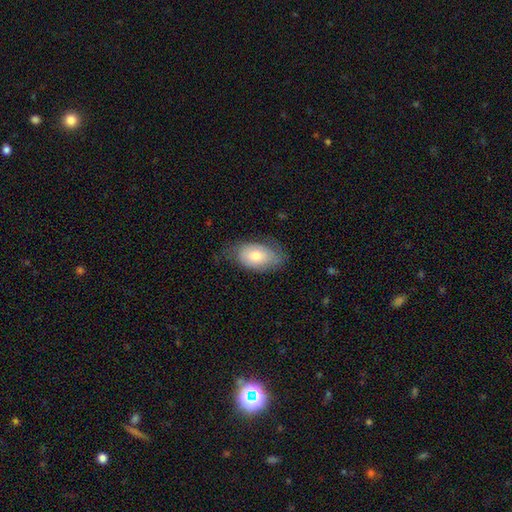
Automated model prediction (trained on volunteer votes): This is likely a smooth galaxy (66%). How rounded: clearly in between (91%). Merging: possibly none (57%).